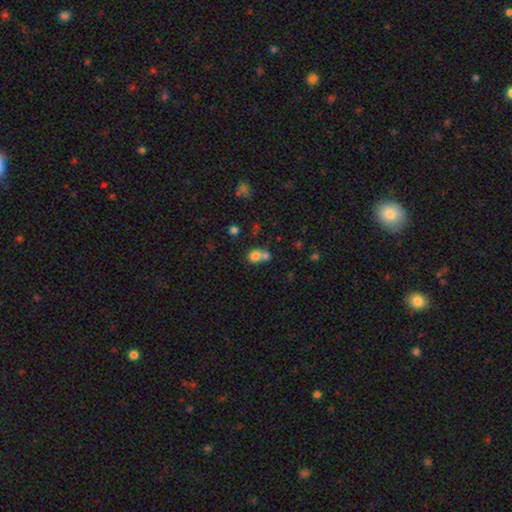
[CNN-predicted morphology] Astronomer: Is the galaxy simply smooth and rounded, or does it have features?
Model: smooth — 76%.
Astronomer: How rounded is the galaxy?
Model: round — 68%.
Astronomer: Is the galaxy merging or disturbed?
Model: merger — 59%.